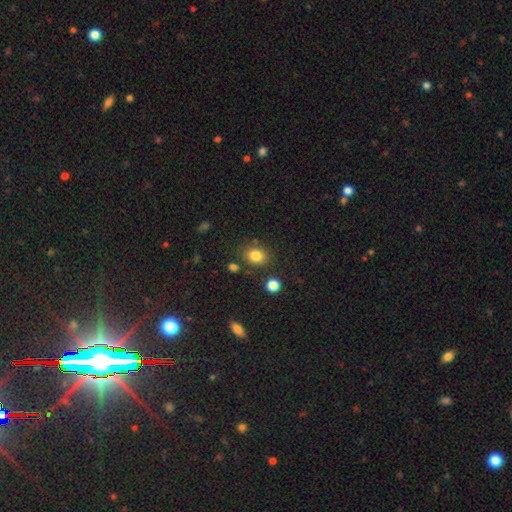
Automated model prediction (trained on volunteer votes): Smooth or featured? smooth (82%)
How rounded? in between (50%)
Merging? none (79%)